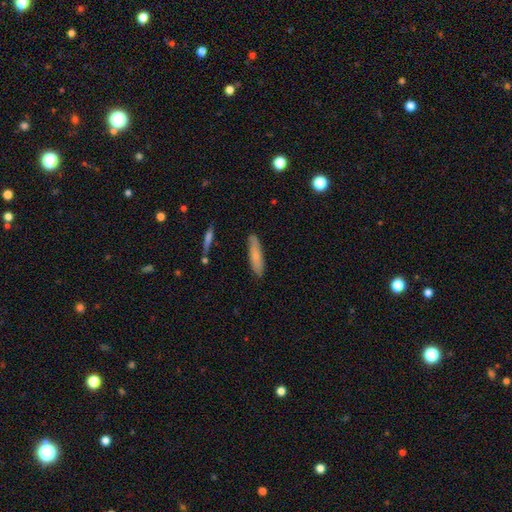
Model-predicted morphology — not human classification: type=smooth (71%); roundness=cigar-shaped (77%); merging=none (82%).